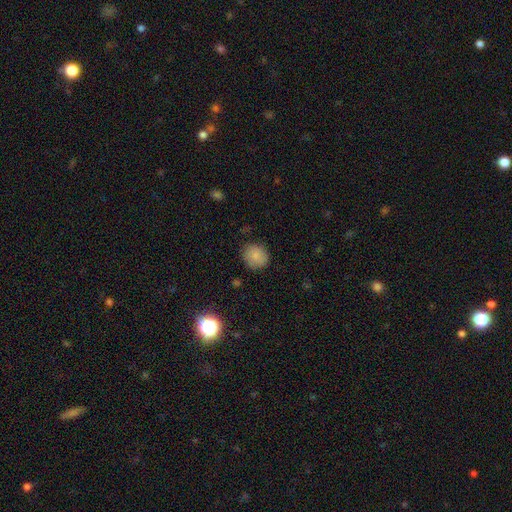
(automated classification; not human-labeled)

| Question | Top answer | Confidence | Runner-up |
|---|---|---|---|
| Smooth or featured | smooth | 82% | star or artifact (9%) |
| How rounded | round | 81% | in between (18%) |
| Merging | none | 81% | minor disturbance (14%) |